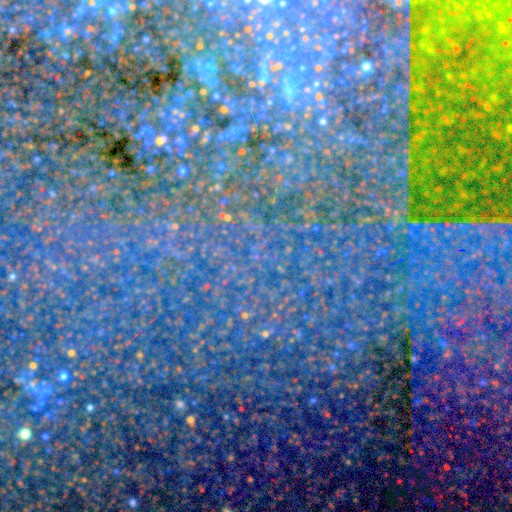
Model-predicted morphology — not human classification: Smooth or featured? star or artifact (81%)